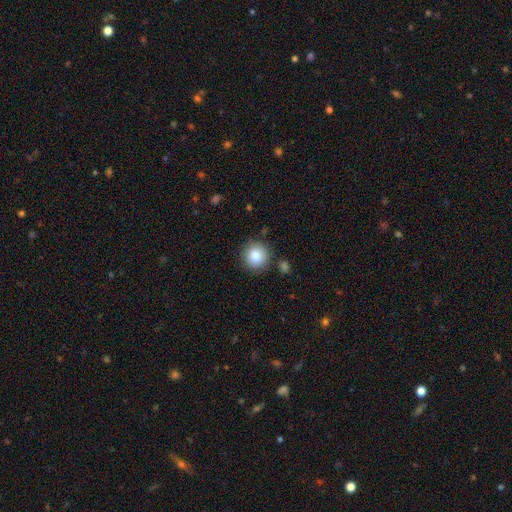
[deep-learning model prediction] Morphology: type=smooth (85%); roundness=round (92%); merging=none (85%).